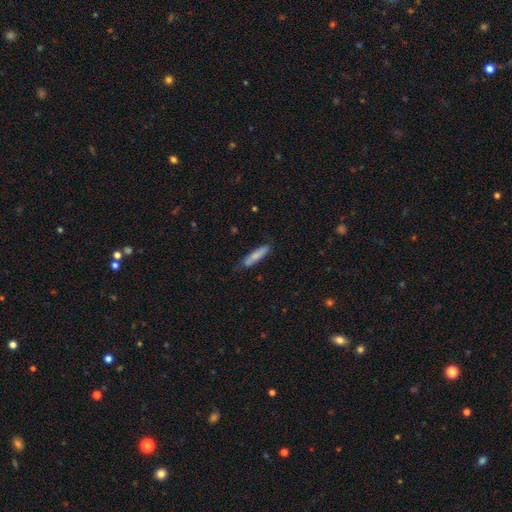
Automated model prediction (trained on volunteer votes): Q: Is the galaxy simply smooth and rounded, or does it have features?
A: smooth — 76%.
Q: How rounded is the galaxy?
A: cigar-shaped — 84%.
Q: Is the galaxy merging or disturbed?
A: none — 72%.